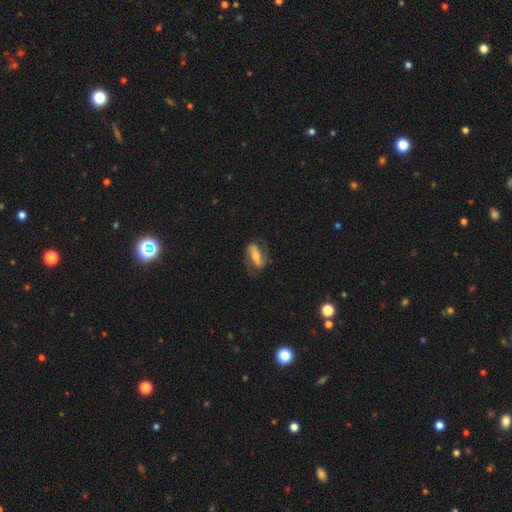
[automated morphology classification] smooth_or_featured: featured or disk (p=0.64) [alt: smooth p=0.29]
disk_edge_on: no (p=0.90) [alt: yes p=0.10]
bar: strong (p=0.49) [alt: weak p=0.28]
has_spiral_arms: yes (p=0.86) [alt: no p=0.14]
bulge_size: moderate (p=0.51) [alt: small p=0.34]
merging: none (p=0.69) [alt: minor disturbance p=0.19]